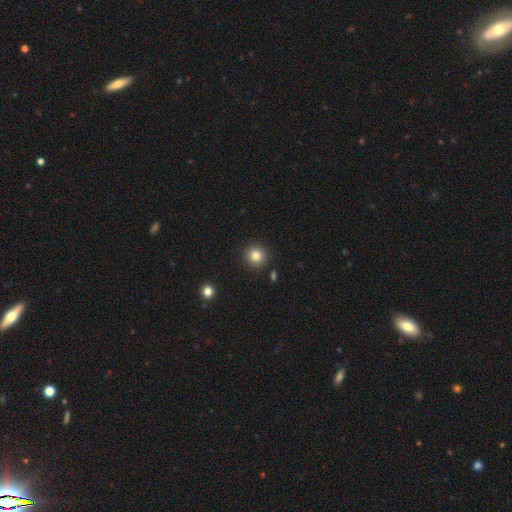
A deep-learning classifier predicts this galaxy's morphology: Smooth or featured? Predicted: smooth (p=0.82). How rounded? Predicted: round (p=0.94). Merging? Predicted: none (p=0.90).